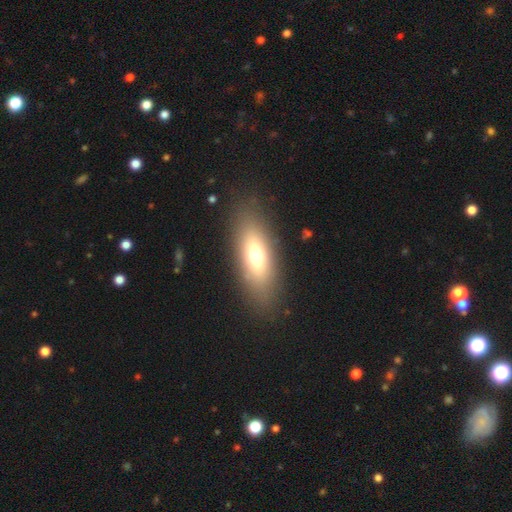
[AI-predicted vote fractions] smooth 67%, featured or disk 24%, star or artifact 9%. Down the decision tree: how rounded — in between (75%); merging — none (85%).